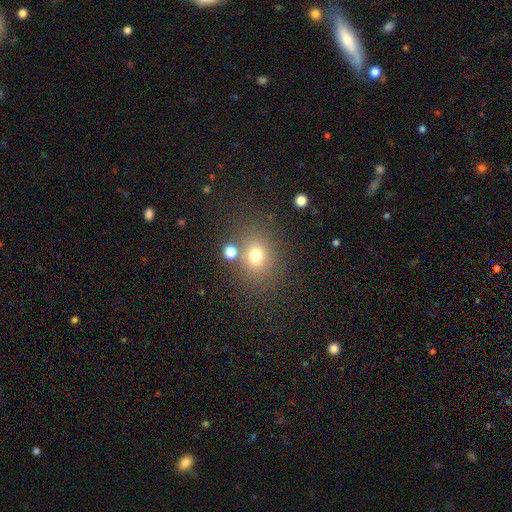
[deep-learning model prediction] Smooth or featured: smooth — 72% (star or artifact — 17%)
How rounded: round — 55% (in between — 44%)
Merging: none — 73% (minor disturbance — 12%)